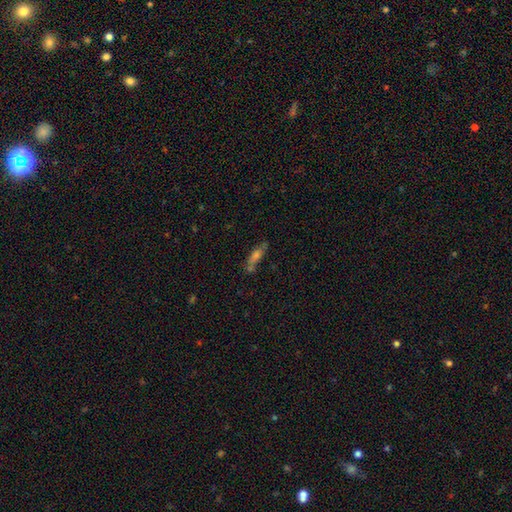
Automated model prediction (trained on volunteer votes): The model was most divided on "smooth or featured": featured or disk: 42%, smooth: 41%, star or artifact: 18%. More confident: merging — none (61%).